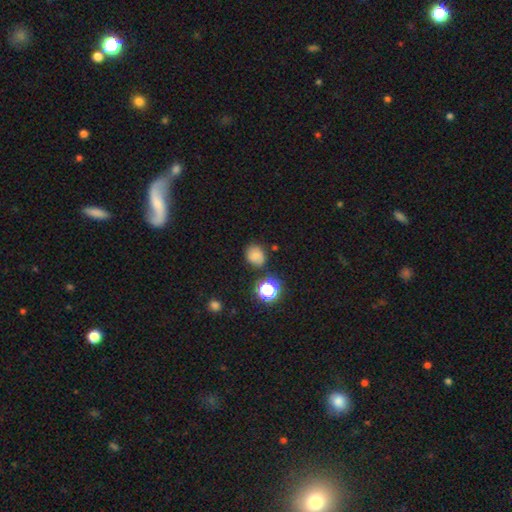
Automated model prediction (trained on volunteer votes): This appears to be a smooth galaxy with no disk features (73%) that is round (64%). Merging: none (76%).